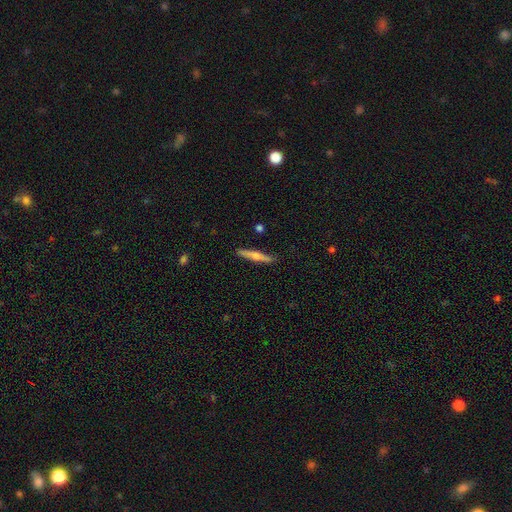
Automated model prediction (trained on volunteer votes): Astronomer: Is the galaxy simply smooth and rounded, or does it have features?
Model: smooth — 52% (runner-up: featured or disk, 43%).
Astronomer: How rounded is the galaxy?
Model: cigar-shaped — 92%.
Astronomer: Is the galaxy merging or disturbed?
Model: none — 88%.